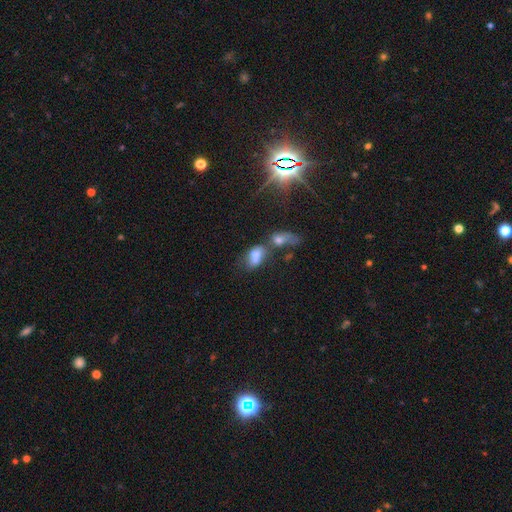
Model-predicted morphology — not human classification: Q: Smooth or featured?
A: smooth (66%); runner-up: featured or disk (21%)
Q: How rounded?
A: in between (82%); runner-up: round (15%)
Q: Merging?
A: merger (60%); runner-up: none (18%)